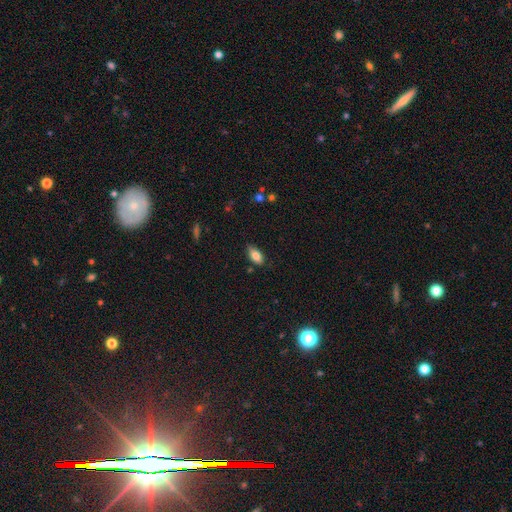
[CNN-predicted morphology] smooth_or_featured: smooth (p=0.83) [alt: featured or disk p=0.10]
how_rounded: in between (p=0.88) [alt: cigar-shaped p=0.08]
merging: none (p=0.75) [alt: minor disturbance p=0.20]